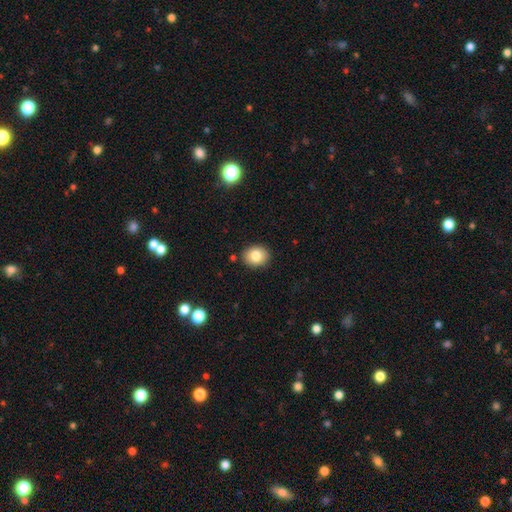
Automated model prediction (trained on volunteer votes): Morphology: type=smooth (81%); roundness=round (60%); merging=none (88%).